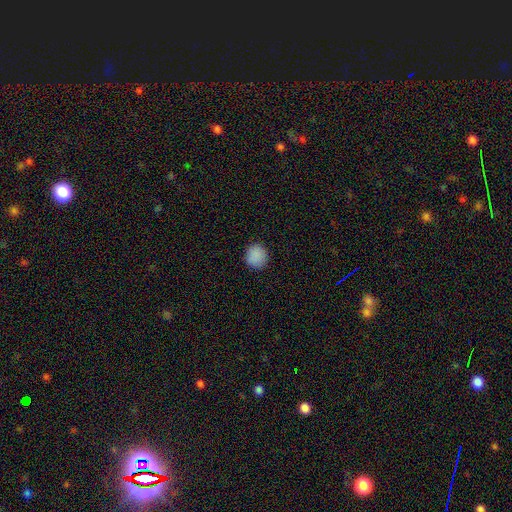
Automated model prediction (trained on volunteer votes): A smooth galaxy with no disk features (88%) that is round (87%). Merging: none (89%).